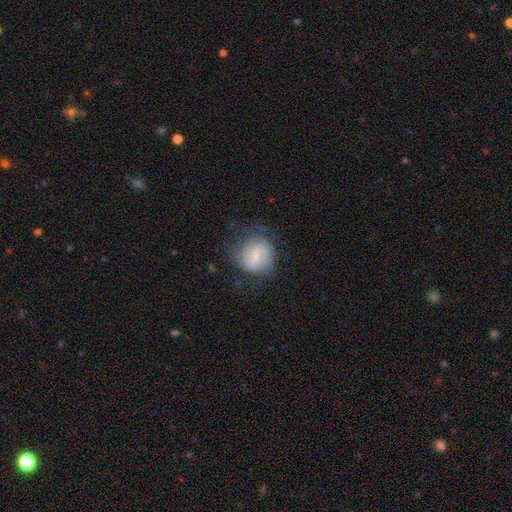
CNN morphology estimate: Overall: featured or disk (51%; smooth 41%). Edge-on disk: no (97%). Merging: none (61%; minor disturbance 24%).